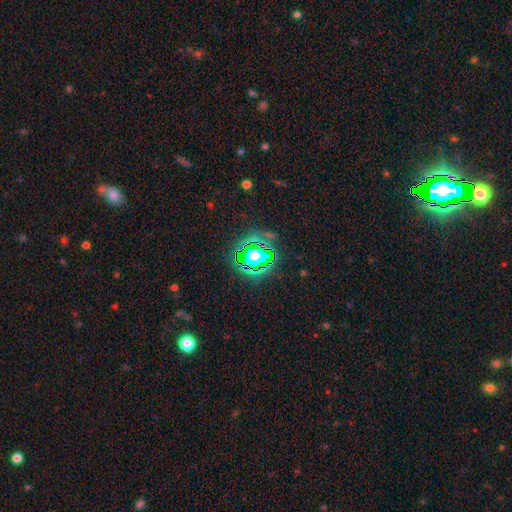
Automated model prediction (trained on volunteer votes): A star or artifact, not a galaxy (61%).

Vote fractions:
- Smooth or featured? star or artifact: 61% / smooth: 26% / featured or disk: 13%